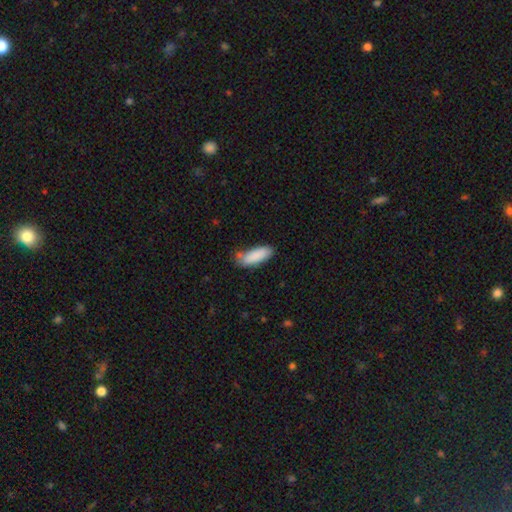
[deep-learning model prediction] The model was most divided on "how rounded": in between: 66%, cigar-shaped: 32%, round: 2%. More confident: smooth or featured — smooth (88%); merging — none (68%).